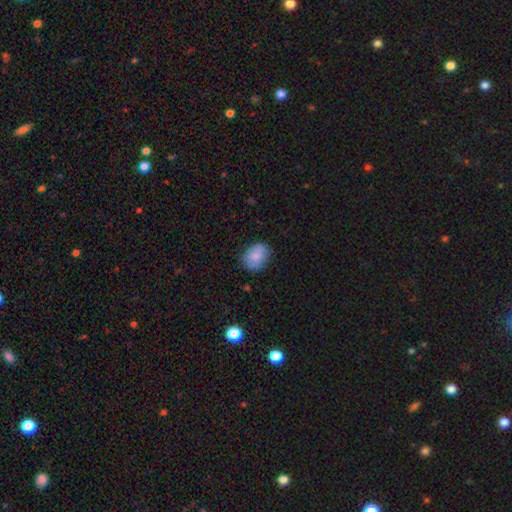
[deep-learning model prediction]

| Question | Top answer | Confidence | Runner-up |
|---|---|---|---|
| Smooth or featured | smooth | 82% | featured or disk (11%) |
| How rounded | in between | 59% | round (40%) |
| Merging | none | 76% | minor disturbance (19%) |